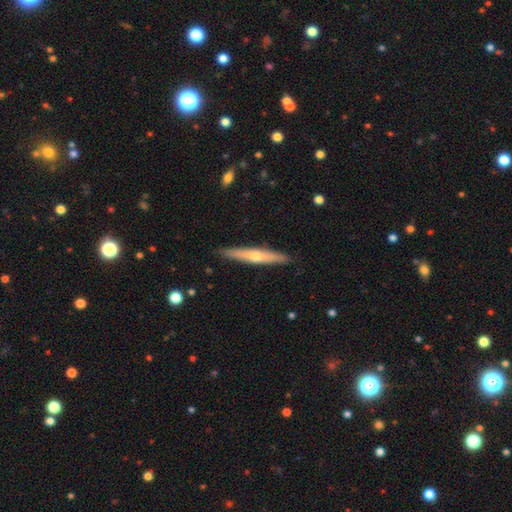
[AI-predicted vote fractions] Smooth or featured? Predicted: featured or disk (p=0.54). Edge-on disk? Predicted: yes (p=0.94). Edge-on bulge? Predicted: rounded (p=0.81). Merging? Predicted: none (p=0.90).